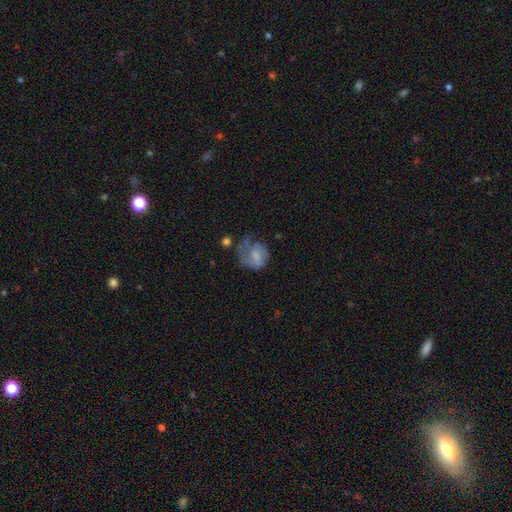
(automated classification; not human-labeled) Smooth or featured?
  - smooth: 54% *
  - featured or disk: 36%
  - star or artifact: 9%
How rounded?
  - round: 60% *
  - in between: 39%
  - cigar-shaped: 1%
Merging?
  - major disturbance: 38% *
  - none: 31%
  - minor disturbance: 27%
  - merger: 5%